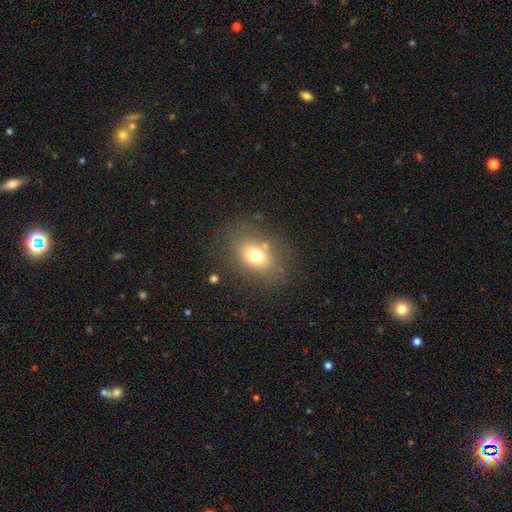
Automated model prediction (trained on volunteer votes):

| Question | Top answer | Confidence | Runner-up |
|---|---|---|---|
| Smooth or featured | smooth | 71% | featured or disk (16%) |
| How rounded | in between | 70% | round (29%) |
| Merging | none | 74% | minor disturbance (14%) |